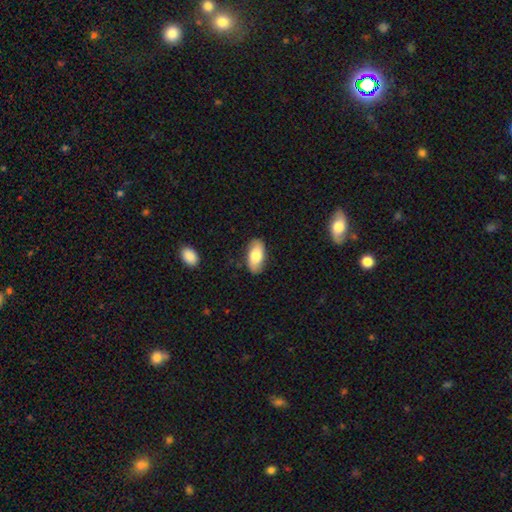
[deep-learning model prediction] Smooth or featured?
  - smooth: 77% *
  - featured or disk: 17%
  - star or artifact: 6%
How rounded?
  - in between: 92% *
  - cigar-shaped: 5%
  - round: 3%
Merging?
  - none: 84% *
  - minor disturbance: 12%
  - major disturbance: 2%
  - merger: 1%